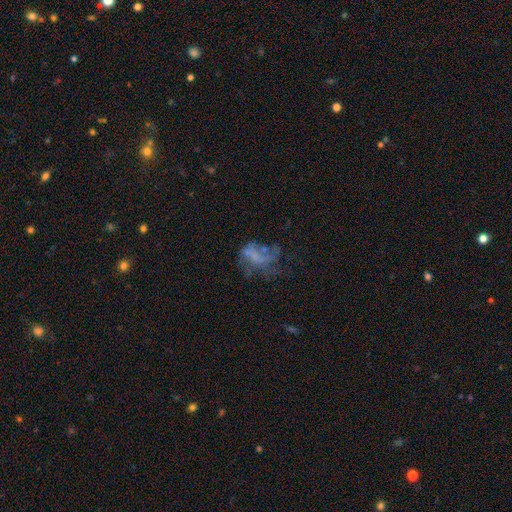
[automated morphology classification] The model was most divided on "merging": major disturbance: 45%, none: 31%, minor disturbance: 15%, merger: 9%. More confident: edge-on disk — no (97%); spiral arms — no (82%); bar — no (81%); bulge size — none (77%); smooth or featured — featured or disk (53%).